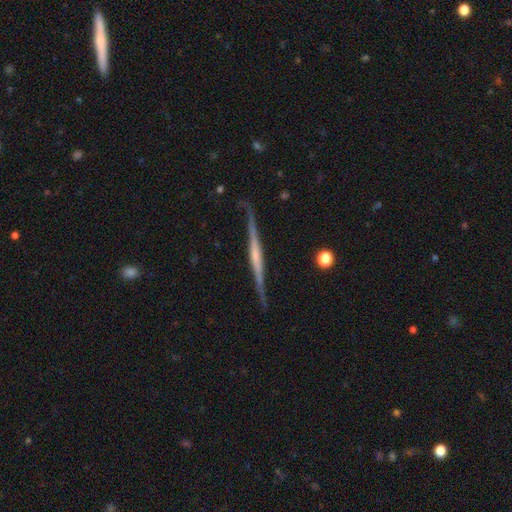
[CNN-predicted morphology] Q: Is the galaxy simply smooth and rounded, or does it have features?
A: featured or disk — 78%.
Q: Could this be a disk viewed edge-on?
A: yes — 97%.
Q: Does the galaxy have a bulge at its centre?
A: none — 43%.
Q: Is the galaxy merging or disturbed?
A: none — 80%.